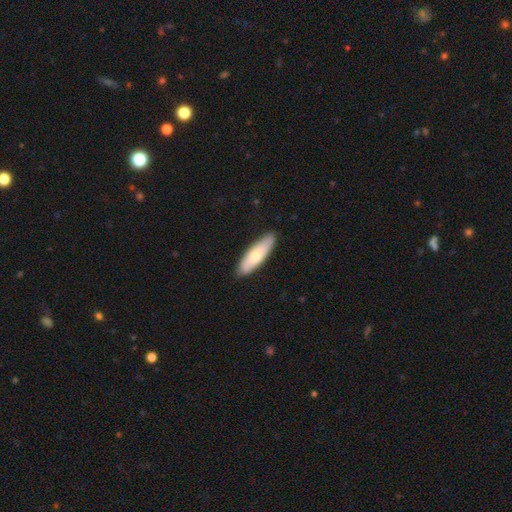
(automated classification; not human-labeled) The model was most divided on "how rounded": cigar-shaped: 56%, in between: 43%, round: 2%. More confident: merging — none (87%); smooth or featured — smooth (70%).